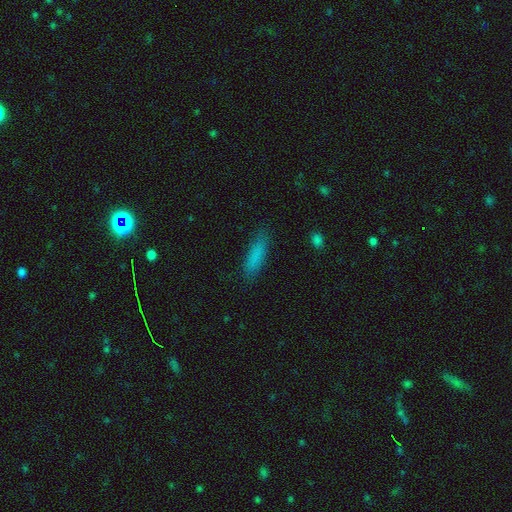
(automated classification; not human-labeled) Q: Smooth or featured?
A: smooth (82%); runner-up: featured or disk (9%)
Q: How rounded?
A: cigar-shaped (72%); runner-up: in between (26%)
Q: Merging?
A: none (85%); runner-up: minor disturbance (11%)